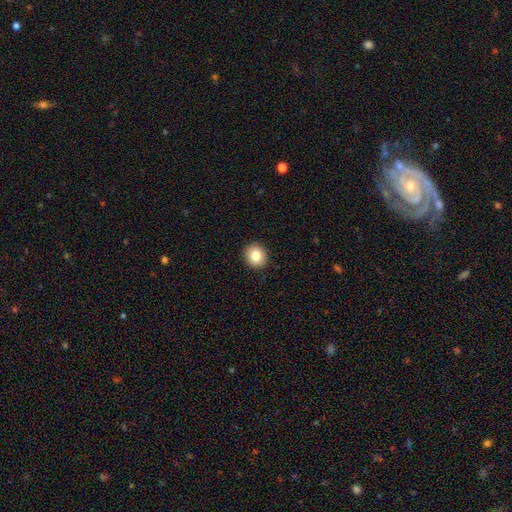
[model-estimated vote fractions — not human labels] Morphology: type=smooth (83%); roundness=round (84%); merging=none (92%).